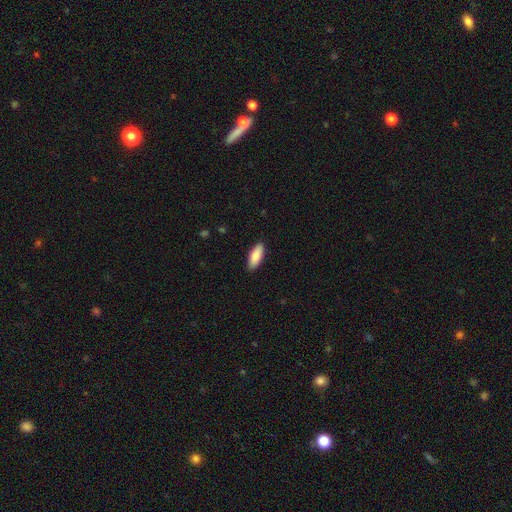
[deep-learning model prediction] Morphology: type=smooth (86%); roundness=in between (74%); merging=none (89%).